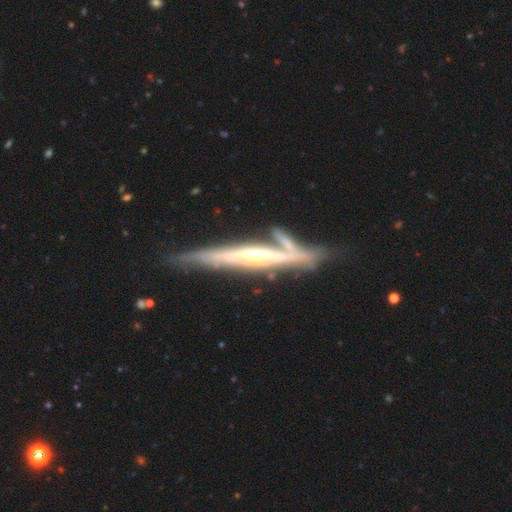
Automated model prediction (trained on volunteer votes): Smooth or featured: featured or disk — 83% (smooth — 11%)
Edge-on disk: yes — 81% (no — 19%)
Edge-on bulge: rounded — 68% (none — 25%)
Merging: none — 49% (minor disturbance — 21%)